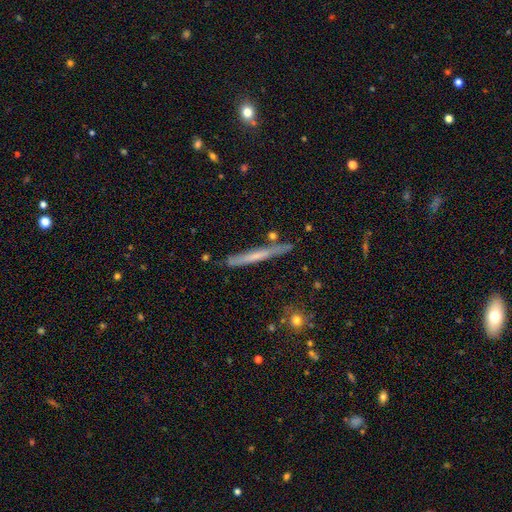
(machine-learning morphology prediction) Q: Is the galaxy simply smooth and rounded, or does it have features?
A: featured or disk — 47%.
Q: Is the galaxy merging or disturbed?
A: none — 84%.